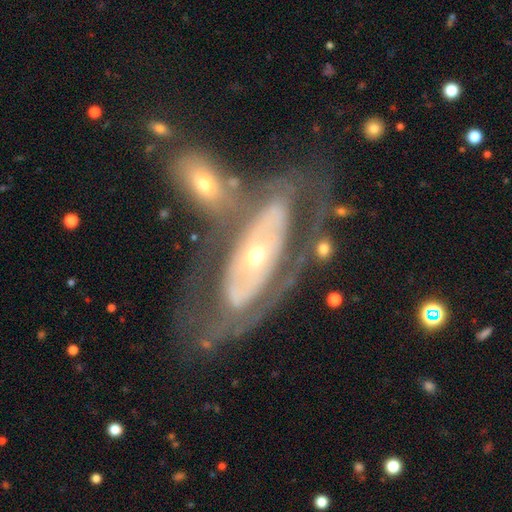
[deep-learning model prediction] Morphology: type=featured or disk (77%); edge-on=no (87%); bar=no (77%); spiral arms=no (51%); bulge=small (53%); merging=none (56%).